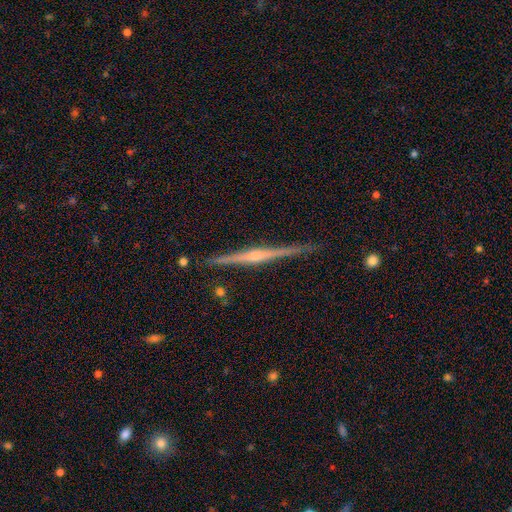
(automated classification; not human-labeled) smooth_or_featured: featured or disk (p=0.83) [alt: smooth p=0.11]
disk_edge_on: yes (p=0.99) [alt: no p=0.01]
edge_on_bulge: rounded (p=0.82) [alt: none p=0.12]
merging: none (p=0.88) [alt: minor disturbance p=0.09]